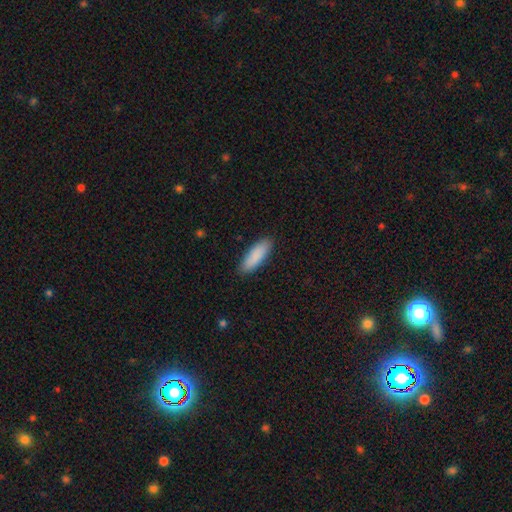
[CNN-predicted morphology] Q: Smooth or featured?
A: smooth (89%); runner-up: featured or disk (6%)
Q: How rounded?
A: in between (58%); runner-up: cigar-shaped (40%)
Q: Merging?
A: none (88%); runner-up: minor disturbance (9%)